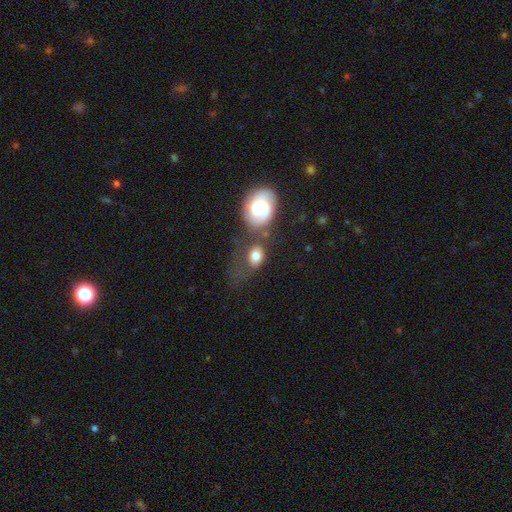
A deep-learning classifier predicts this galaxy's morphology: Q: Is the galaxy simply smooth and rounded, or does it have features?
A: smooth — 75%.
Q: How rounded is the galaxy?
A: in between — 69%.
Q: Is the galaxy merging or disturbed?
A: none — 40%.